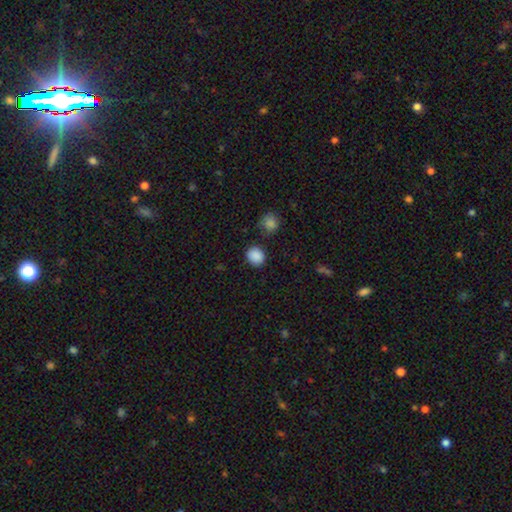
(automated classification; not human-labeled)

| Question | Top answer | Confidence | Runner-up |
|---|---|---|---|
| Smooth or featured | smooth | 88% | star or artifact (9%) |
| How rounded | round | 68% | in between (31%) |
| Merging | none | 83% | minor disturbance (11%) |